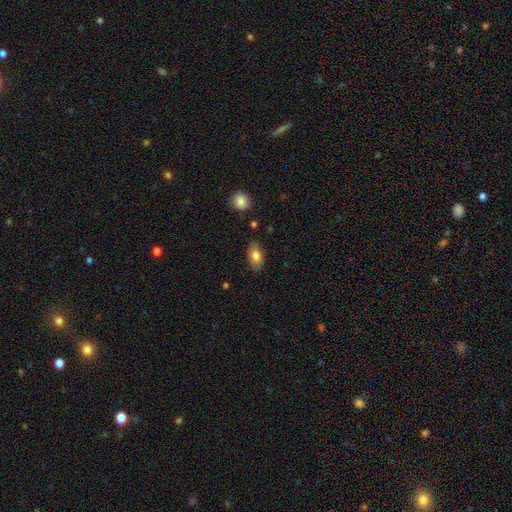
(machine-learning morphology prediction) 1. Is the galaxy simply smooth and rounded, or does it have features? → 79% smooth, 14% featured or disk, 7% star or artifact.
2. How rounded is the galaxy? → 92% in between, 5% round, 3% cigar-shaped.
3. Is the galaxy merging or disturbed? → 83% none, 13% minor disturbance, 3% major disturbance, 2% merger.